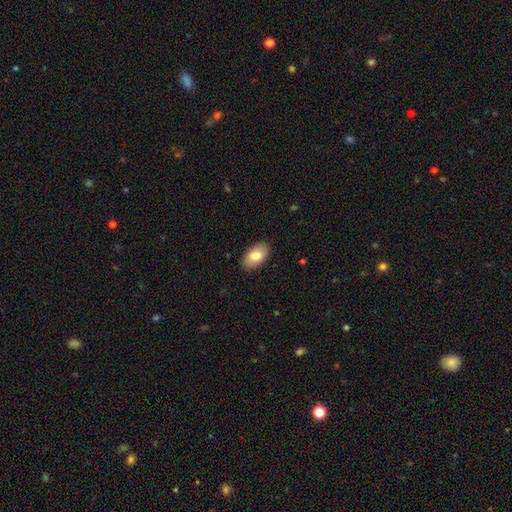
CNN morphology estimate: smooth 80%, featured or disk 14%, star or artifact 7%. Down the decision tree: how rounded — in between (94%); merging — none (88%).